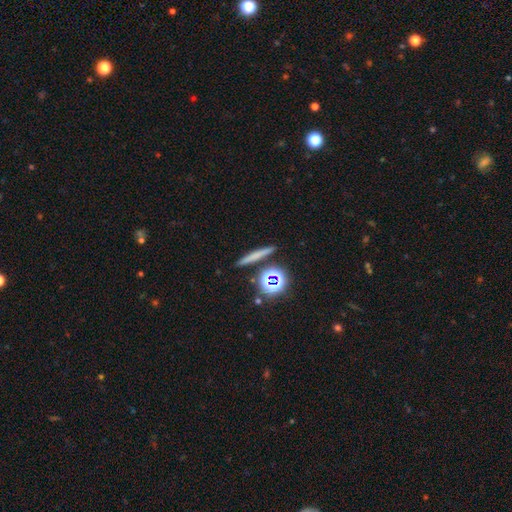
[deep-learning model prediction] smooth_or_featured: smooth (p=0.59) [alt: featured or disk p=0.23]
how_rounded: cigar-shaped (p=0.81) [alt: round p=0.12]
merging: none (p=0.87) [alt: minor disturbance p=0.07]